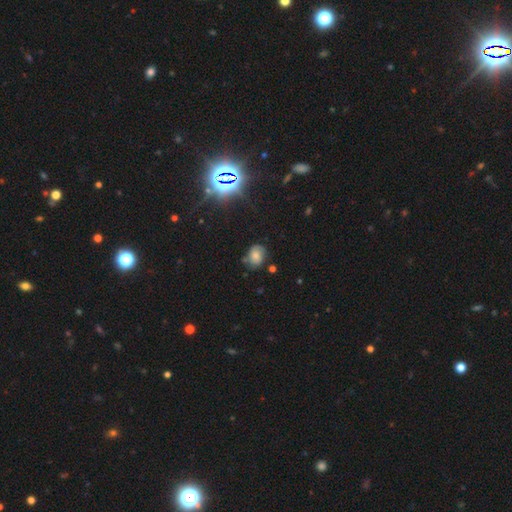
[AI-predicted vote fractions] Smooth or featured: smooth — 52% (featured or disk — 32%)
How rounded: in between — 55% (round — 44%)
Merging: none — 65% (minor disturbance — 24%)